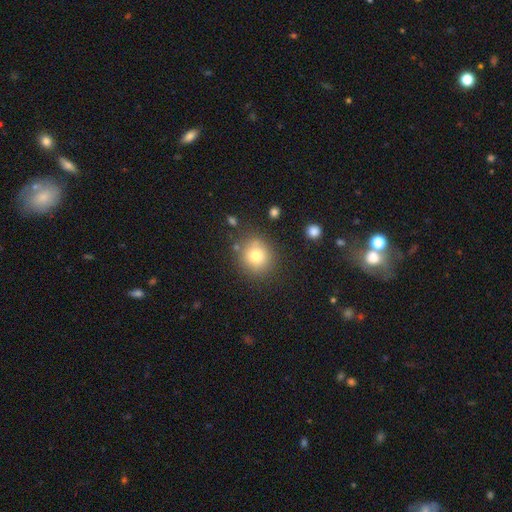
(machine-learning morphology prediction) This appears to be a smooth galaxy with no disk features (77%) that is round (86%). Merging: none (79%).